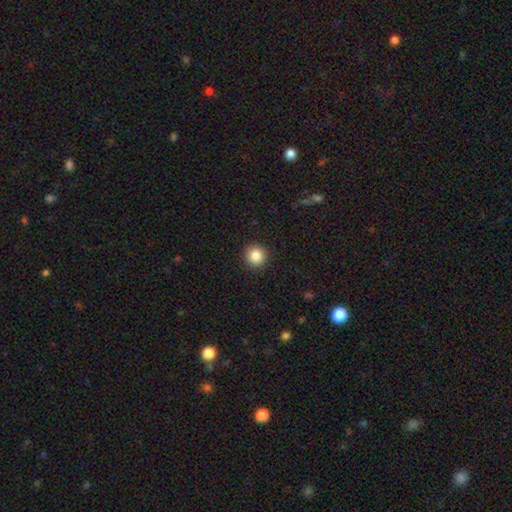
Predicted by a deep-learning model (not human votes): This is clearly a smooth galaxy (85%). How rounded: clearly round (95%). Merging: clearly none (93%).